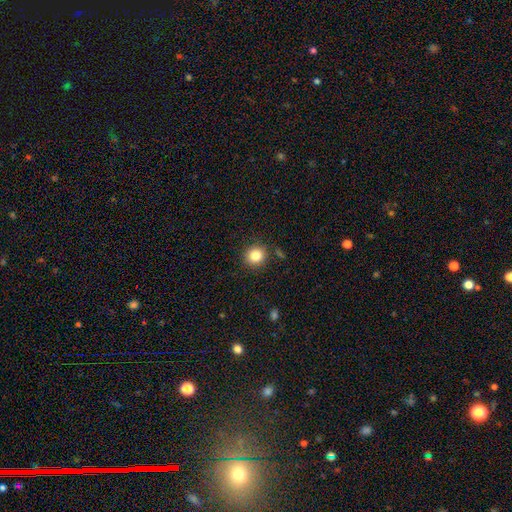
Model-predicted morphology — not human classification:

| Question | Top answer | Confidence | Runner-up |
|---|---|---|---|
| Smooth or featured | smooth | 83% | star or artifact (11%) |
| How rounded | round | 88% | in between (11%) |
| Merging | none | 88% | minor disturbance (7%) |